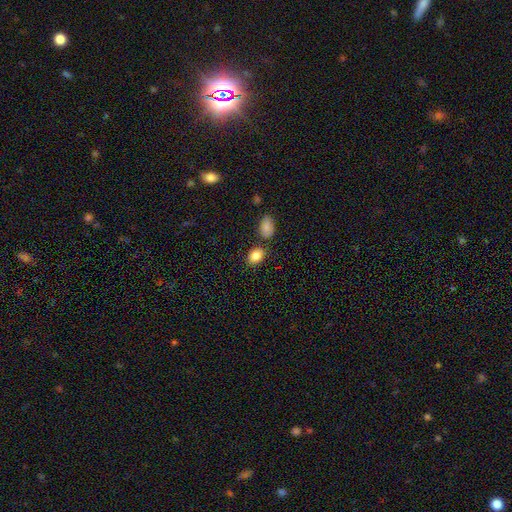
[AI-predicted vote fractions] A smooth galaxy with no disk features (85%) that is in between round and cigar-shaped (74%).

Vote fractions:
- Smooth or featured? smooth: 85% / star or artifact: 9% / featured or disk: 6%
- How rounded? in between: 74% / round: 25% / cigar-shaped: 1%
- Merging? none: 77% / minor disturbance: 11% / merger: 9% / major disturbance: 3%